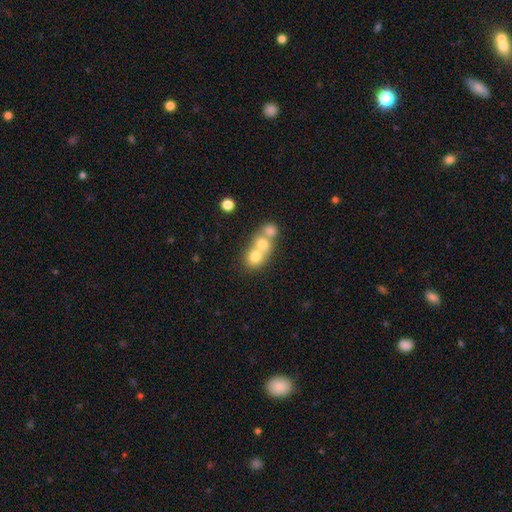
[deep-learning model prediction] Q: Smooth or featured?
A: smooth (69%); runner-up: featured or disk (19%)
Q: How rounded?
A: round (73%); runner-up: in between (26%)
Q: Merging?
A: merger (67%); runner-up: none (26%)